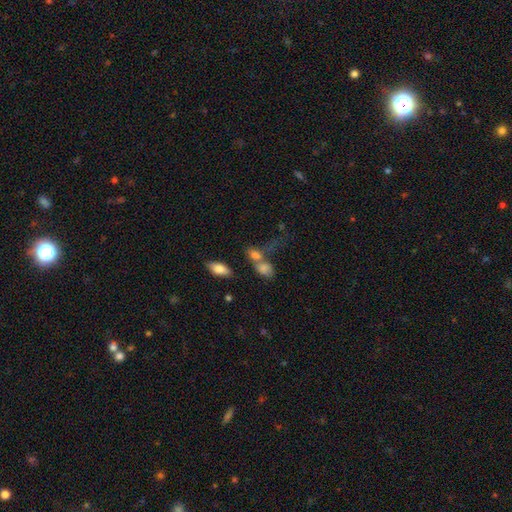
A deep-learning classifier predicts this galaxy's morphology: smooth_or_featured: smooth (p=0.71) [alt: featured or disk p=0.17]
how_rounded: in between (p=0.76) [alt: round p=0.18]
merging: merger (p=0.45) [alt: none p=0.30]